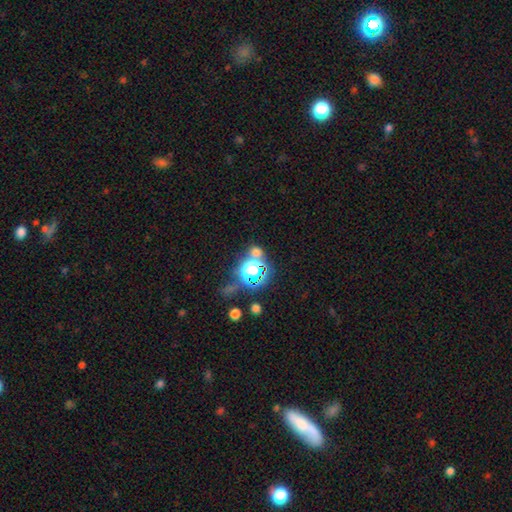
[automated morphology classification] type=star or artifact (68%).